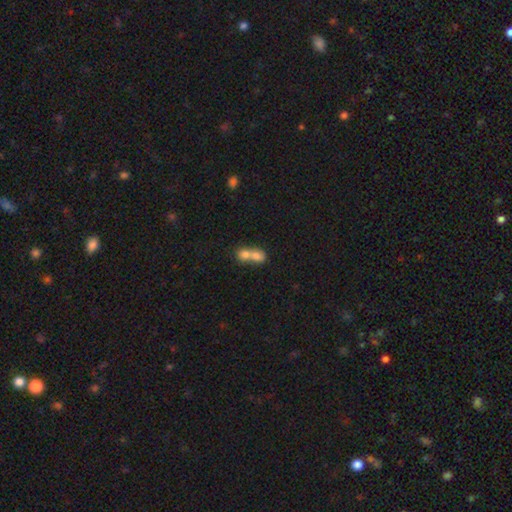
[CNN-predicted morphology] A smooth galaxy with no disk features (73%) that is in between round and cigar-shaped (53%).

Vote fractions:
- Smooth or featured? smooth: 73% / featured or disk: 17% / star or artifact: 9%
- How rounded? in between: 53% / round: 44% / cigar-shaped: 3%
- Merging? merger: 79% / none: 14% / minor disturbance: 4% / major disturbance: 3%